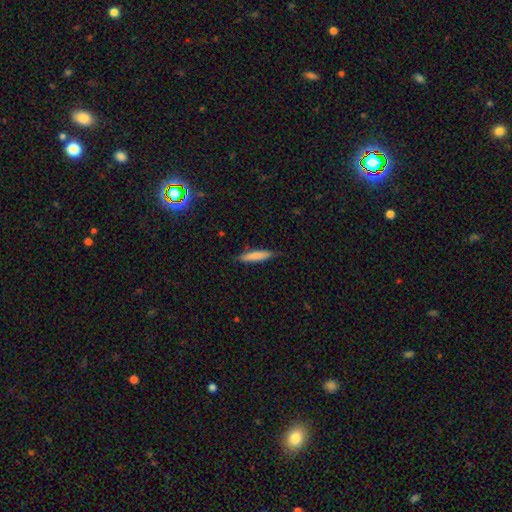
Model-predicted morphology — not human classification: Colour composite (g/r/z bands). It shows a smooth galaxy with no disk features (79%) that is cigar-shaped (85%). Merging: none (81%).